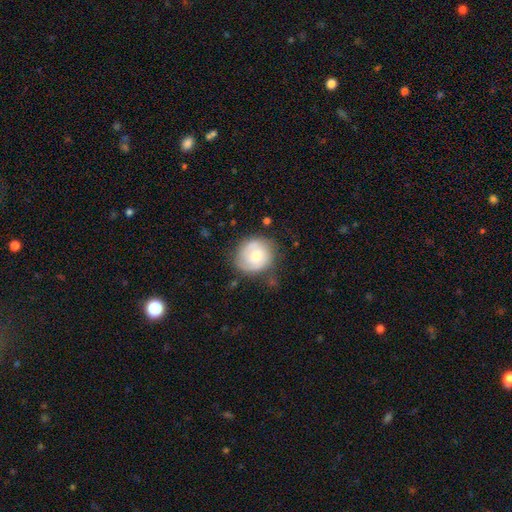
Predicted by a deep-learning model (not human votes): This is possibly a smooth galaxy (56%). How rounded: clearly round (82%). Merging: likely none (63%).